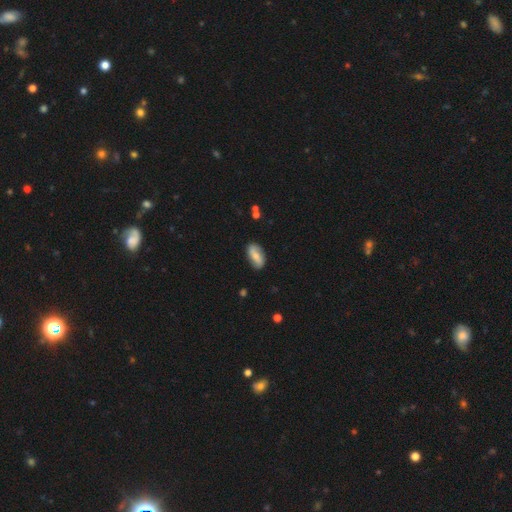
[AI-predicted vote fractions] smooth_or_featured: smooth (p=0.54) [alt: featured or disk p=0.38]
how_rounded: in between (p=0.87) [alt: cigar-shaped p=0.09]
merging: none (p=0.82) [alt: minor disturbance p=0.13]